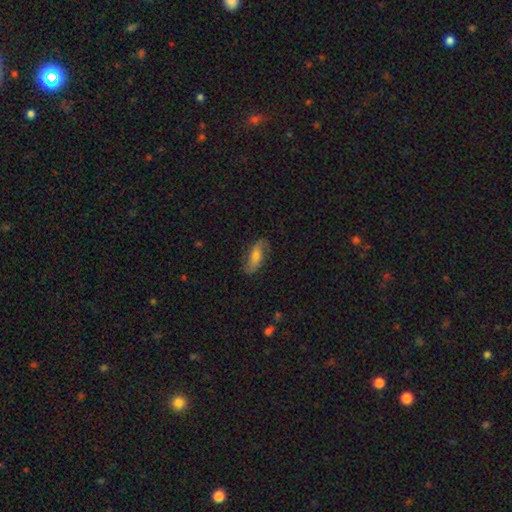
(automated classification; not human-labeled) featured or disk 57%, smooth 35%, star or artifact 8%. Down the decision tree: edge-on disk — no (87%); bar — no (53%); spiral arms — yes (87%); bulge size — moderate (48%); merging — none (77%).